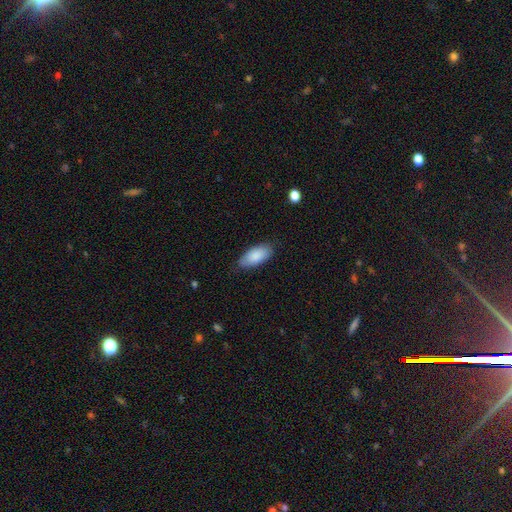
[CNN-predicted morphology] This appears to be a smooth galaxy with no disk features (86%) that is in between round and cigar-shaped (91%). Merging: none (78%).